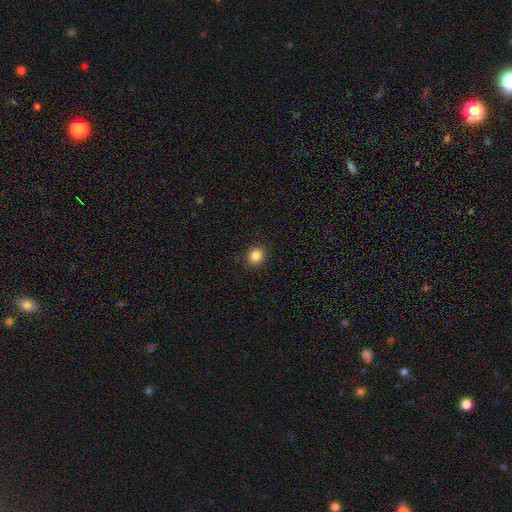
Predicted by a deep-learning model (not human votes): Smooth or featured: smooth — 86% (star or artifact — 10%)
How rounded: round — 69% (in between — 30%)
Merging: none — 90% (minor disturbance — 7%)